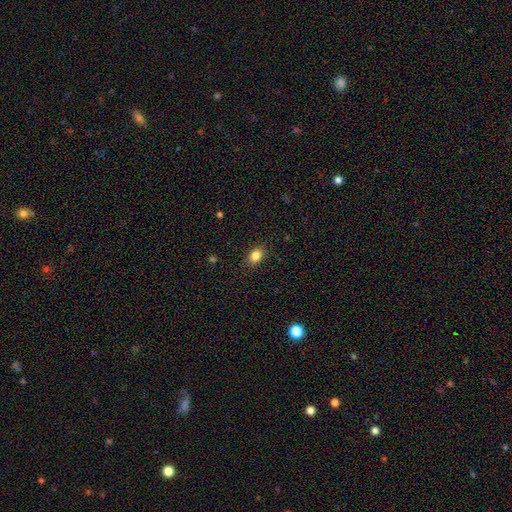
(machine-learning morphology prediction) Overall: smooth (85%). How rounded: in between (74%). Merging: none (87%).